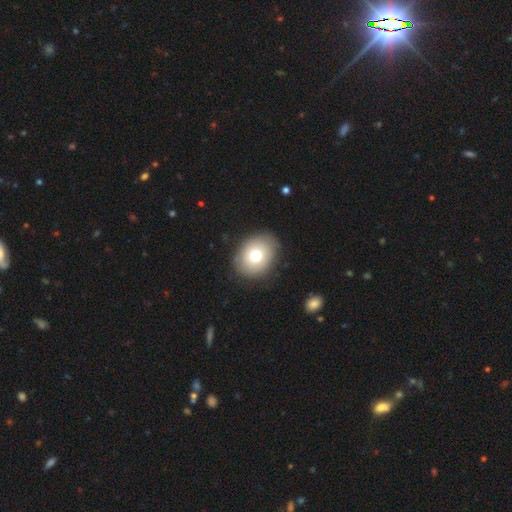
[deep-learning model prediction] smooth_or_featured: smooth (p=0.75) [alt: featured or disk p=0.17]
how_rounded: in between (p=0.53) [alt: round p=0.46]
merging: none (p=0.86) [alt: minor disturbance p=0.10]